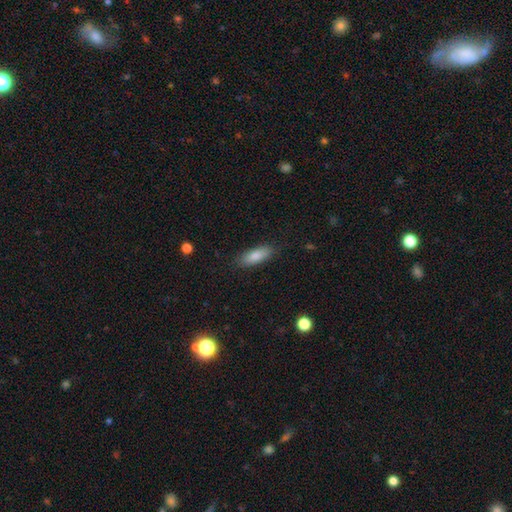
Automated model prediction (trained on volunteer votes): This appears to be a smooth galaxy with no disk features (84%) that is in between round and cigar-shaped (71%). Merging: none (84%).